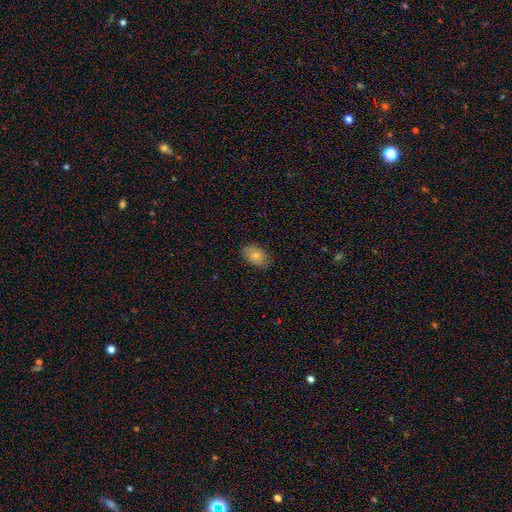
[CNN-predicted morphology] smooth_or_featured: smooth (p=0.75) [alt: featured or disk p=0.16]
how_rounded: in between (p=0.84) [alt: round p=0.15]
merging: none (p=0.85) [alt: minor disturbance p=0.12]